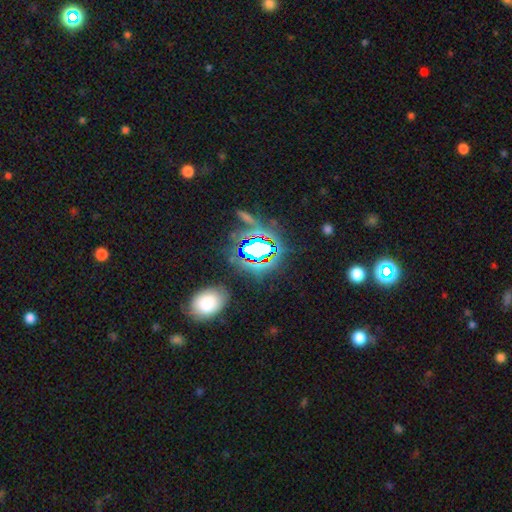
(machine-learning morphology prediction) A star or artifact, not a galaxy (67%).

Vote fractions:
- Smooth or featured? star or artifact: 67% / smooth: 21% / featured or disk: 12%